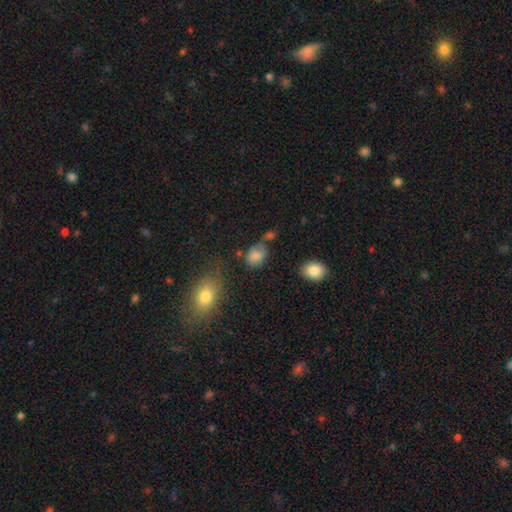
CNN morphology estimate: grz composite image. It shows a smooth galaxy with no disk features (81%) that is in between round and cigar-shaped (61%). Merging: none (45%).